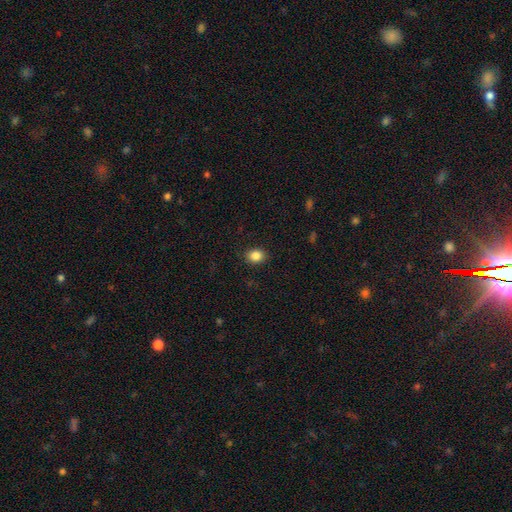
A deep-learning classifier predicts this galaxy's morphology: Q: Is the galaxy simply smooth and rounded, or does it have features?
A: smooth — 86%.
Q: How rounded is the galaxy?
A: round — 50%.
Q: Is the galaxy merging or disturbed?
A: none — 89%.